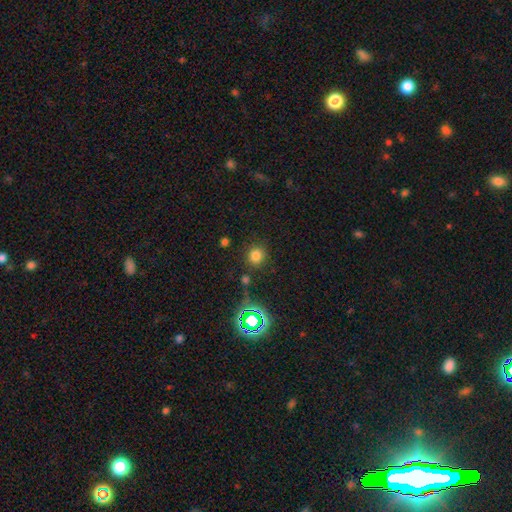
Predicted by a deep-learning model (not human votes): Morphology: type=smooth (74%); roundness=round (88%); merging=none (83%).